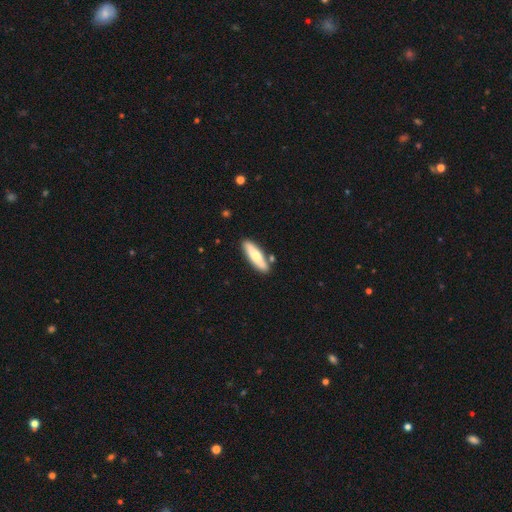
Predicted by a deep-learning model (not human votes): This is likely a smooth galaxy (66%). How rounded: likely cigar-shaped (67%). Merging: clearly none (82%).